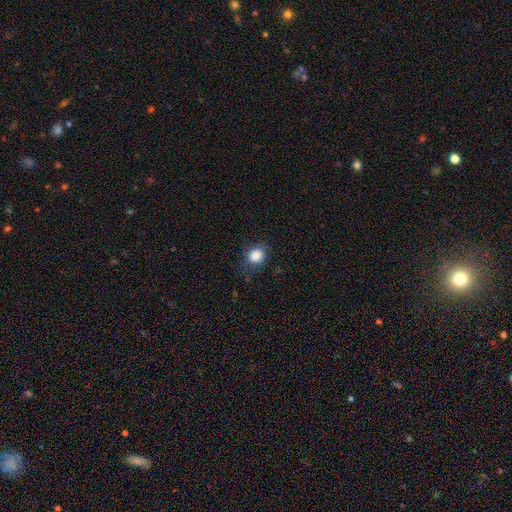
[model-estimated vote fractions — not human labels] This is clearly a smooth galaxy (86%). How rounded: likely round (63%). Merging: likely none (75%).